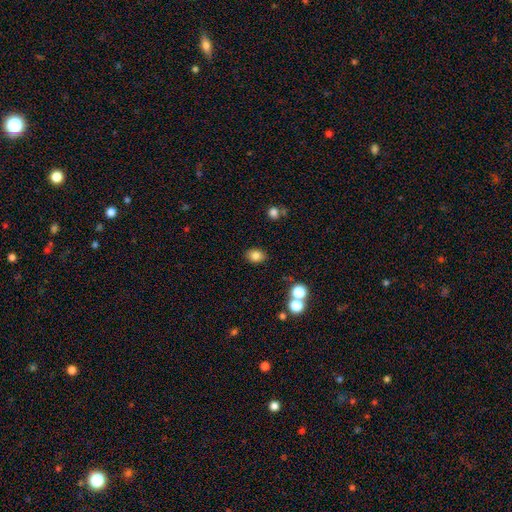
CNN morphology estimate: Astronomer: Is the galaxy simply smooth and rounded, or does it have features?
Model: smooth — 82%.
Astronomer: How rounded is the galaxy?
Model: in between — 63%.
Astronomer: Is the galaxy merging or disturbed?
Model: none — 85%.